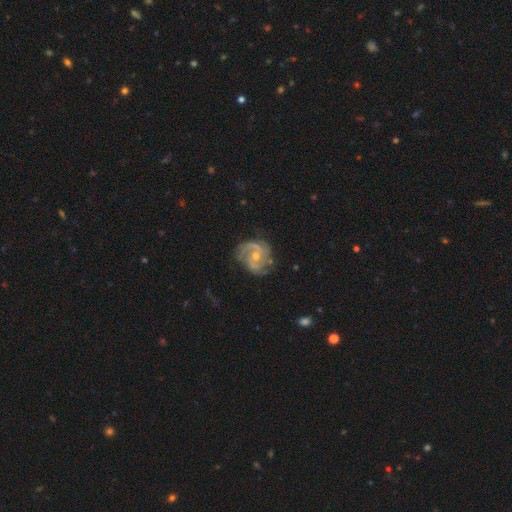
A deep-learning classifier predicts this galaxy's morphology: type=featured or disk (87%); edge-on=no (98%); bar=no (62%); spiral arms=yes (96%); winding=medium (48%); arm count=2 (66%); bulge=moderate (50%); merging=none (66%).